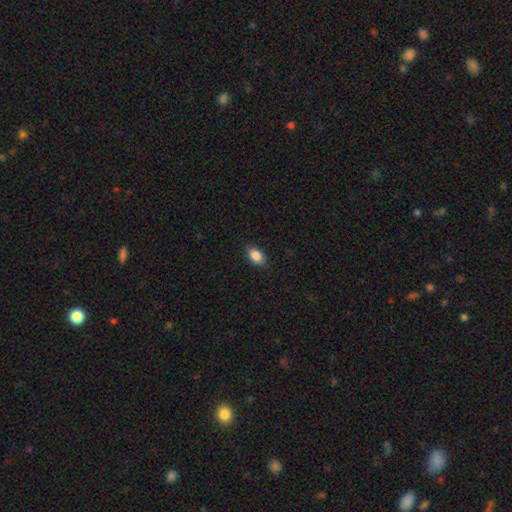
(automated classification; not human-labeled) Smooth or featured? Predicted: smooth (p=0.88). How rounded? Predicted: in between (p=0.87). Merging? Predicted: none (p=0.87).